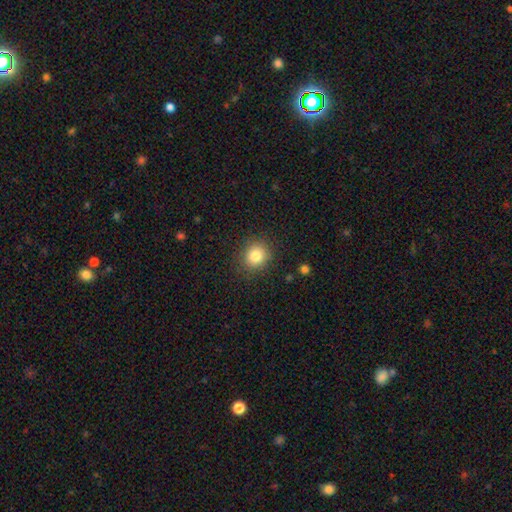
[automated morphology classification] This appears to be a smooth galaxy with no disk features (82%) that is round (80%). Merging: none (88%).